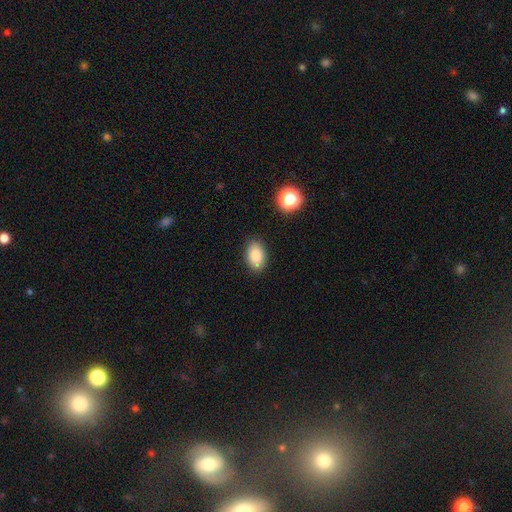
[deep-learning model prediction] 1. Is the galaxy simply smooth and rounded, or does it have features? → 86% smooth, 9% star or artifact, 5% featured or disk.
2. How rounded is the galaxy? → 88% in between, 11% round, 1% cigar-shaped.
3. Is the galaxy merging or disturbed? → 84% none, 11% minor disturbance, 3% major disturbance, 2% merger.